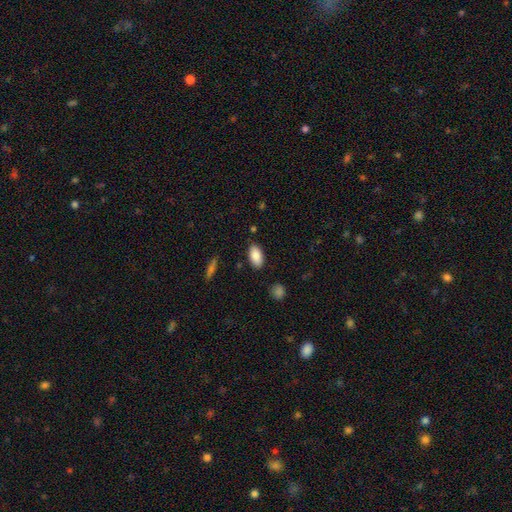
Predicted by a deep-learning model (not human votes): smooth-or-featured: smooth: 86% | featured or disk: 7% | star or artifact: 7%
  how-rounded: in between: 92% | cigar-shaped: 5% | round: 2%
  merging: none: 85% | minor disturbance: 11% | major disturbance: 2% | merger: 2%